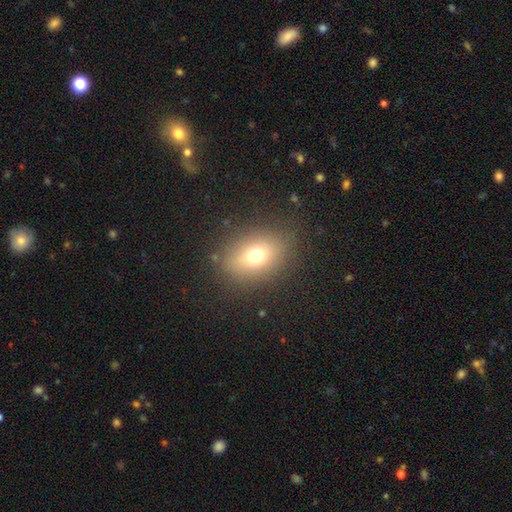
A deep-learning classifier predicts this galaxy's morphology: smooth-or-featured: smooth: 70% | star or artifact: 15% | featured or disk: 15%
  how-rounded: in between: 64% | round: 34% | cigar-shaped: 2%
  merging: none: 82% | minor disturbance: 11% | major disturbance: 5% | merger: 1%